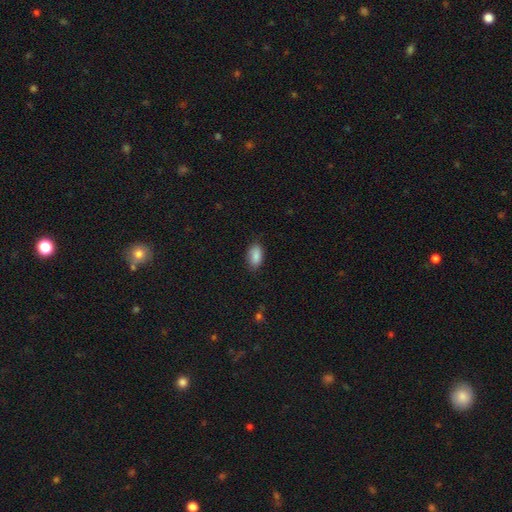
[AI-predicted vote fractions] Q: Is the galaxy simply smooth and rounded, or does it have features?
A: smooth — 87%.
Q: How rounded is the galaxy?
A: in between — 92%.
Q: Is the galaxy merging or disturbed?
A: none — 81%.